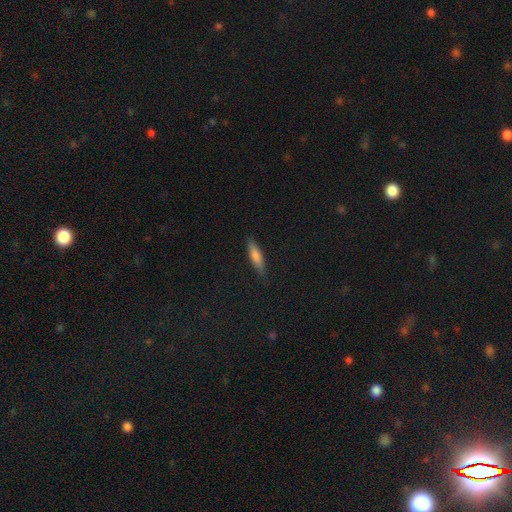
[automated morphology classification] Q: Smooth or featured?
A: smooth (75%); runner-up: featured or disk (18%)
Q: How rounded?
A: cigar-shaped (68%); runner-up: in between (30%)
Q: Merging?
A: none (86%); runner-up: minor disturbance (11%)